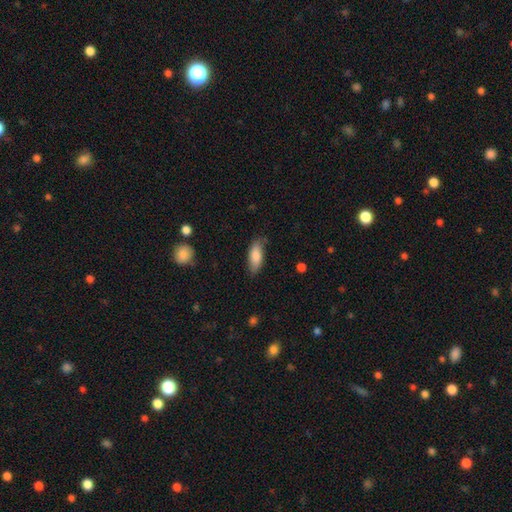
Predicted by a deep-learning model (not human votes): Overall: smooth (82%). How rounded: in between (76%). Merging: none (77%).